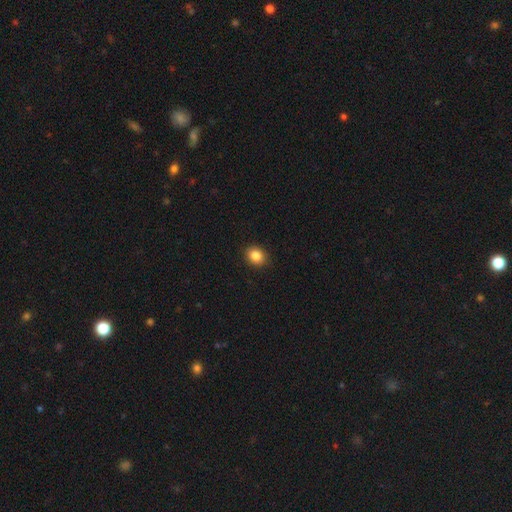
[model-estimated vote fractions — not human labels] Morphology: type=smooth (85%); roundness=round (65%); merging=none (91%).